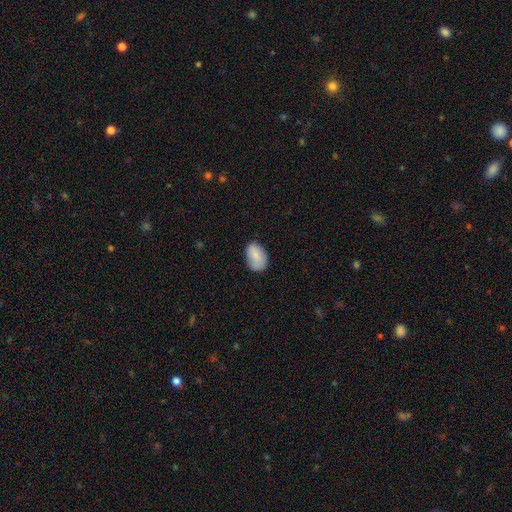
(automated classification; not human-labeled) smooth_or_featured: smooth (p=0.83) [alt: featured or disk p=0.10]
how_rounded: in between (p=0.88) [alt: round p=0.11]
merging: none (p=0.74) [alt: minor disturbance p=0.20]